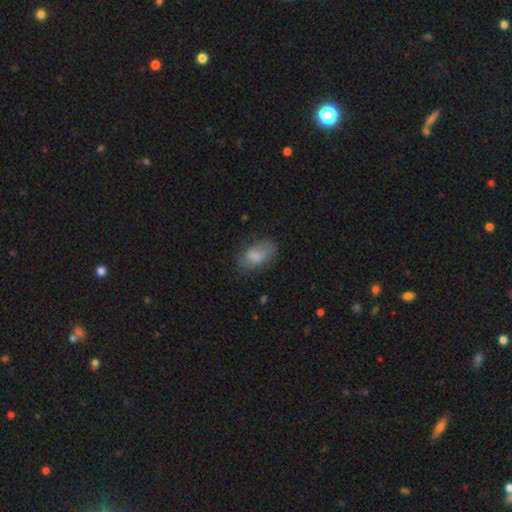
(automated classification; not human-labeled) smooth 76%, featured or disk 16%, star or artifact 8%. Down the decision tree: how rounded — in between (91%); merging — none (57%).